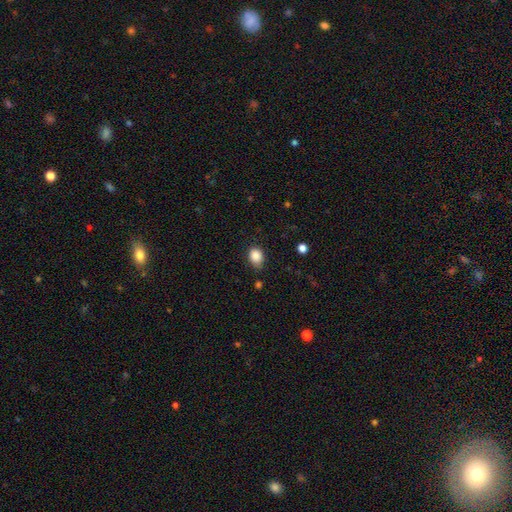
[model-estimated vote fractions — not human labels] Morphology: type=smooth (87%); roundness=in between (54%); merging=none (70%).